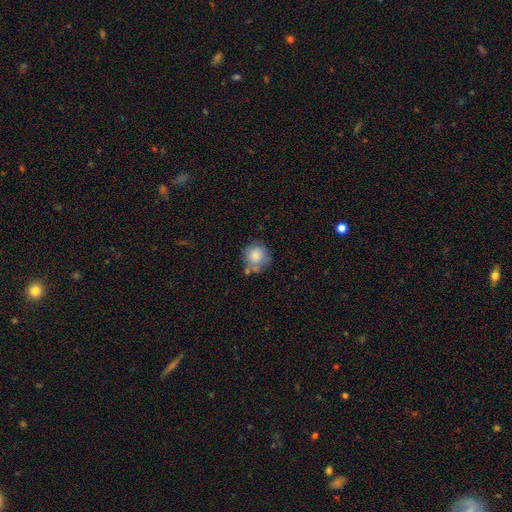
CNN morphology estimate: smooth-or-featured: smooth: 81% | featured or disk: 11% | star or artifact: 8%
  how-rounded: round: 88% | in between: 11% | cigar-shaped: 1%
  merging: none: 57% | minor disturbance: 23% | merger: 13% | major disturbance: 7%